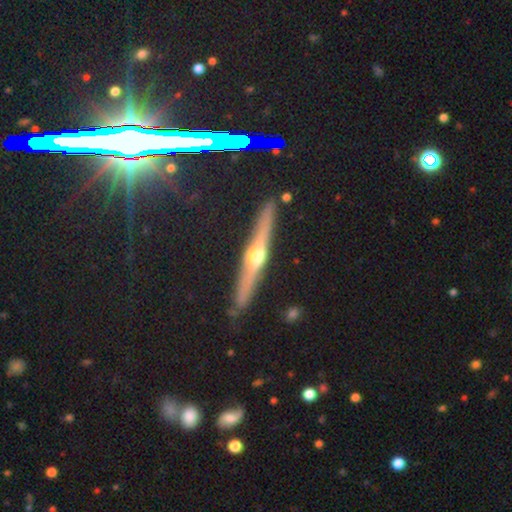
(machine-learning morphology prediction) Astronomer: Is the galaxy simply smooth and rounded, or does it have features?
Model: featured or disk — 73%.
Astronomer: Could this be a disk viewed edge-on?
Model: yes — 96%.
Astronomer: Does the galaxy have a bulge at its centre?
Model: rounded — 92%.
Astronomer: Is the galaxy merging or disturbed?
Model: none — 88%.